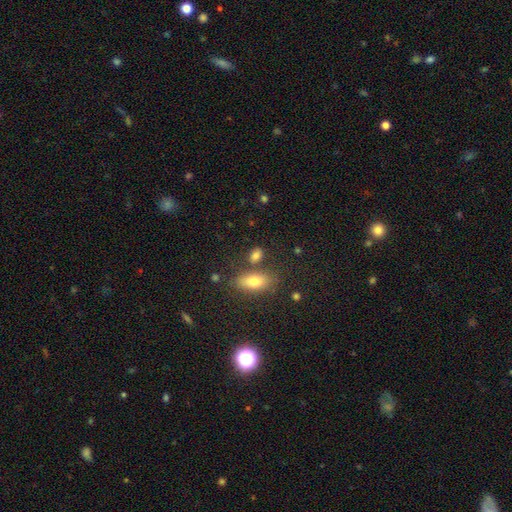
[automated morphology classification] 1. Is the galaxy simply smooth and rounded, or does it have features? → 78% smooth, 11% star or artifact, 11% featured or disk.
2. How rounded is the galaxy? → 79% in between, 13% round, 8% cigar-shaped.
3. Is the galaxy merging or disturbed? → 68% none, 15% merger, 13% minor disturbance, 5% major disturbance.